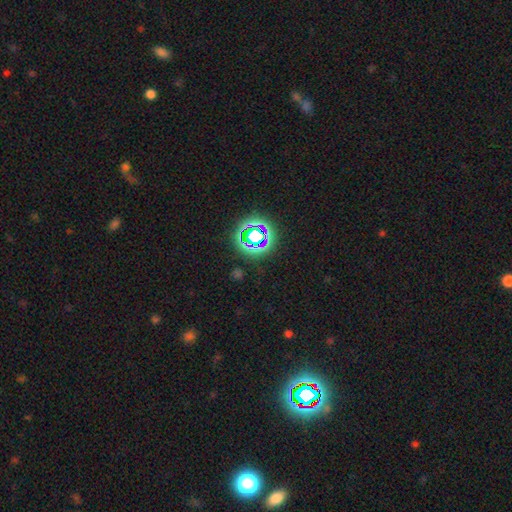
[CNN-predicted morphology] Smooth or featured? star or artifact (73%)